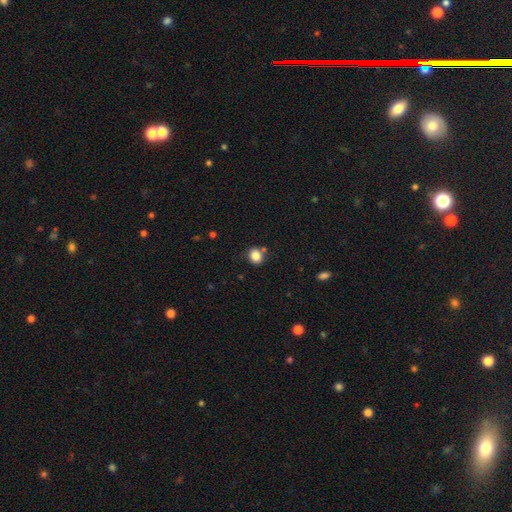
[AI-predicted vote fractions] Smooth or featured? Predicted: smooth (p=0.84). How rounded? Predicted: round (p=0.63). Merging? Predicted: none (p=0.74).